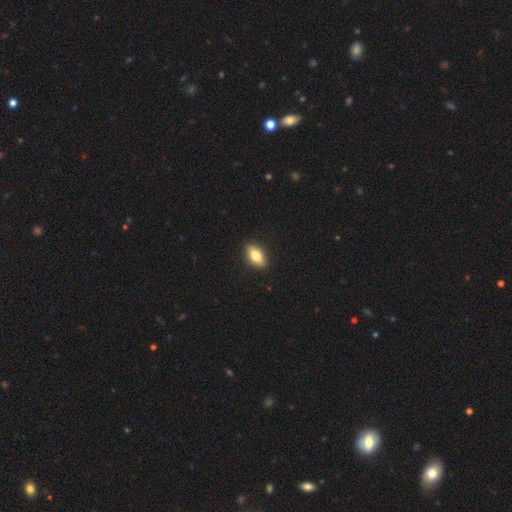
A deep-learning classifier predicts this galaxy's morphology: A smooth galaxy with no disk features (75%) that is in between round and cigar-shaped (85%). Merging: none (90%).